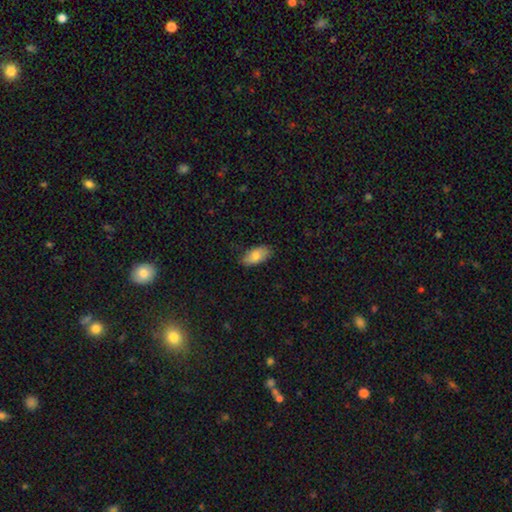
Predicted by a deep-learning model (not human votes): Smooth or featured? smooth (81%)
How rounded? in between (93%)
Merging? none (79%)